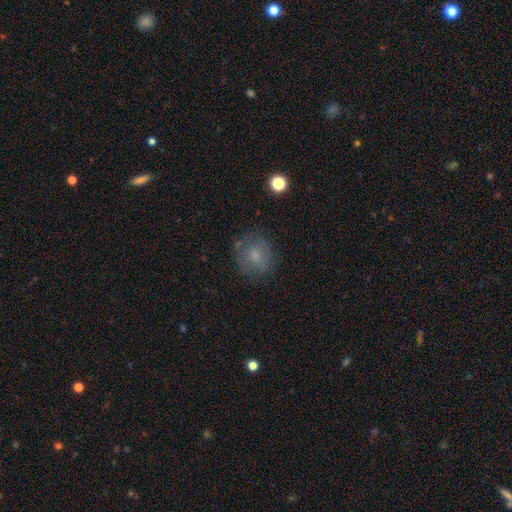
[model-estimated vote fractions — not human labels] This appears to be a smooth galaxy with no disk features (71%) that is round (76%). Merging: none (73%).